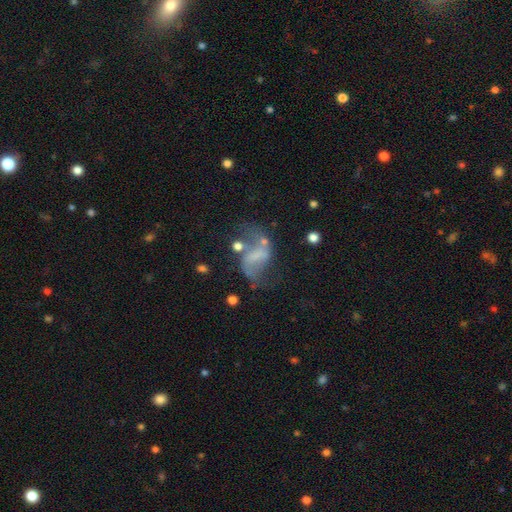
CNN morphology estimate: smooth-or-featured: featured or disk: 70% | smooth: 18% | star or artifact: 12%
  disk-edge-on: no: 97% | yes: 3%
    bar: weak: 39% | strong: 32% | no: 29%
    has-spiral-arms: yes: 78% | no: 22%
      spiral-winding: loose: 75% | medium: 21% | tight: 4%
      spiral-arm-count: 2: 86% | 1: 6% | can't tell: 5% | 3: 1% | 4: 1% | more than 4: 1%
    bulge-size: none: 58% | small: 23% | moderate: 14% | large: 4% | dominant: 2%
  merging: none: 41% | major disturbance: 27% | minor disturbance: 19% | merger: 13%